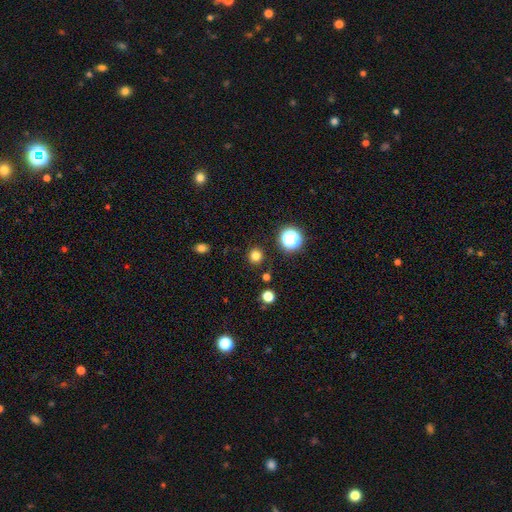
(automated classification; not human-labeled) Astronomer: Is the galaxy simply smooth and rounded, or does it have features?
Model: smooth — 78%.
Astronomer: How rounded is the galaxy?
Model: round — 92%.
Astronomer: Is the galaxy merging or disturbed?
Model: none — 89%.